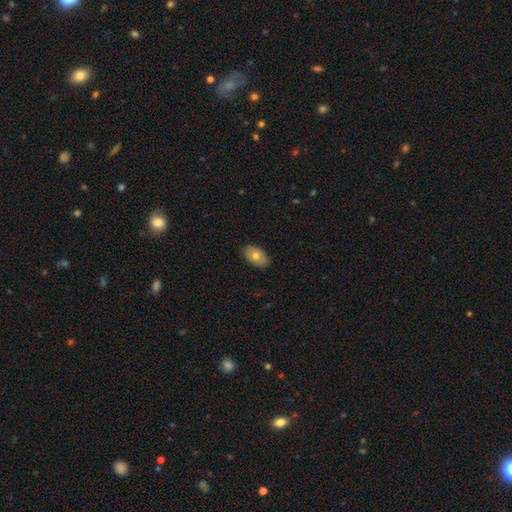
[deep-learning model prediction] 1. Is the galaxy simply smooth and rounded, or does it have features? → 72% smooth, 22% featured or disk, 6% star or artifact.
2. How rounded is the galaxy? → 93% in between, 6% round, 1% cigar-shaped.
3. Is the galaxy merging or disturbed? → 87% none, 10% minor disturbance, 2% major disturbance, 1% merger.